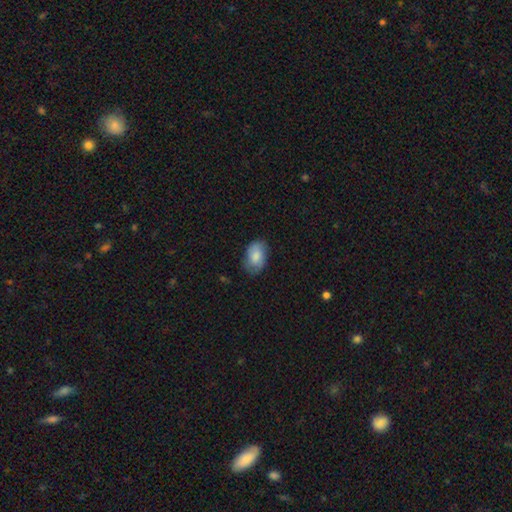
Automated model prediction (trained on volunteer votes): The model was most divided on "merging": none: 74%, minor disturbance: 20%, major disturbance: 4%, merger: 1%. More confident: how rounded — in between (89%); smooth or featured — smooth (80%).